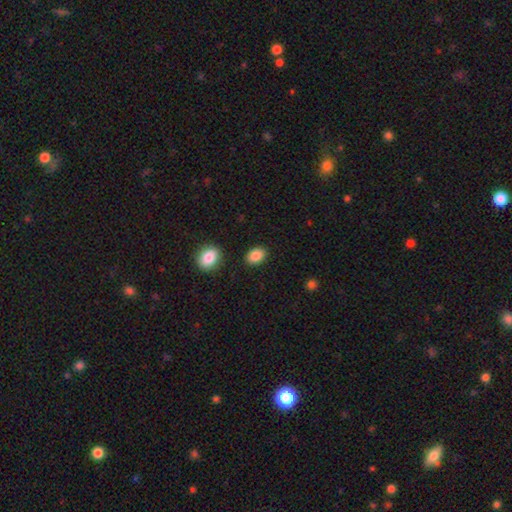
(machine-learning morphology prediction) Q: Smooth or featured?
A: smooth (87%); runner-up: star or artifact (8%)
Q: How rounded?
A: in between (78%); runner-up: round (21%)
Q: Merging?
A: none (86%); runner-up: minor disturbance (8%)